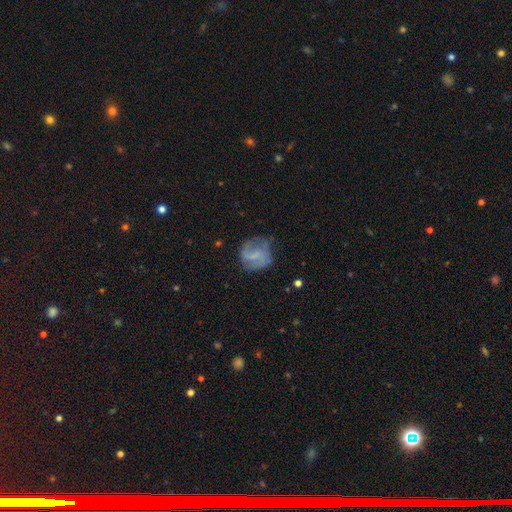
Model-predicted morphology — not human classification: Smooth or featured? Predicted: featured or disk (p=0.60). Edge-on disk? Predicted: no (p=0.98). Bar? Predicted: weak (p=0.46). Spiral arms? Predicted: yes (p=0.81). Bulge size? Predicted: none (p=0.53). Merging? Predicted: none (p=0.58).